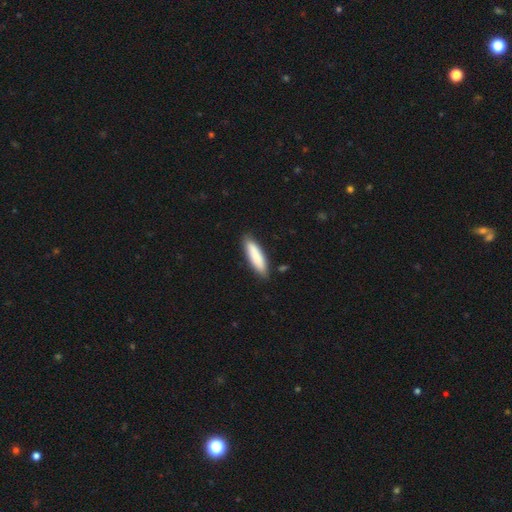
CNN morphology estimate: smooth_or_featured: smooth (p=0.85) [alt: featured or disk p=0.10]
how_rounded: cigar-shaped (p=0.67) [alt: in between p=0.31]
merging: none (p=0.86) [alt: minor disturbance p=0.10]